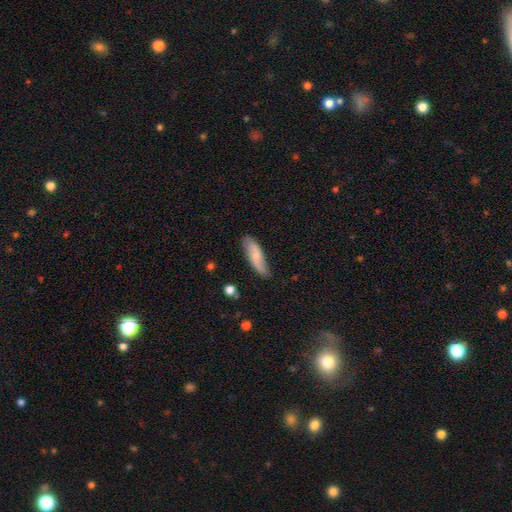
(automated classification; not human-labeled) This appears to be a smooth galaxy with no disk features (65%) that is cigar-shaped (53%). Merging: none (75%).